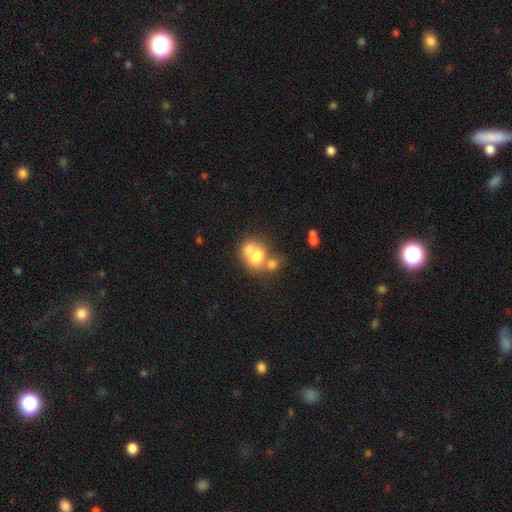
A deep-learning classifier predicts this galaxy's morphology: Smooth or featured? Predicted: smooth (p=0.63). How rounded? Predicted: round (p=0.54). Merging? Predicted: merger (p=0.61).